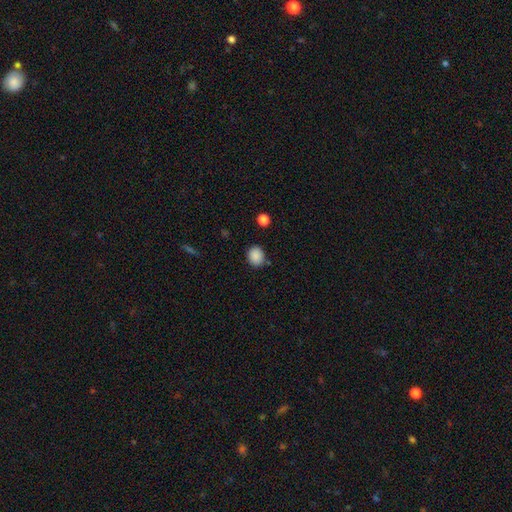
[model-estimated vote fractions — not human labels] A smooth galaxy with no disk features (88%) that is round (62%).

Vote fractions:
- Smooth or featured? smooth: 88% / star or artifact: 9% / featured or disk: 3%
- How rounded? round: 62% / in between: 37% / cigar-shaped: 1%
- Merging? none: 81% / minor disturbance: 13% / merger: 3% / major disturbance: 3%